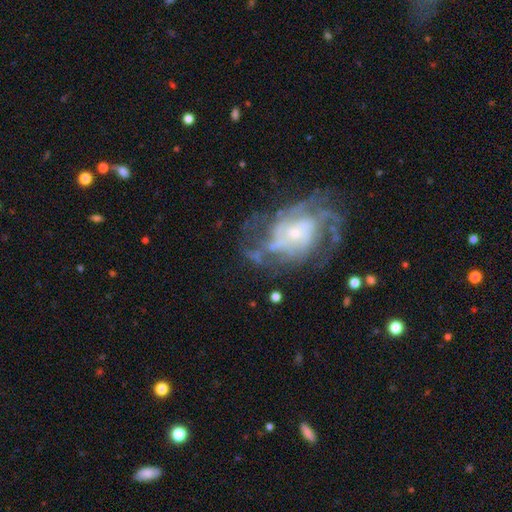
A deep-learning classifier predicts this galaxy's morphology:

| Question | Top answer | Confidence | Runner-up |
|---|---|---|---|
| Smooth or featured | featured or disk | 81% | smooth (10%) |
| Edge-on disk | no | 97% | yes (3%) |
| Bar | no | 69% | weak (25%) |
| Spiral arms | yes | 85% | no (15%) |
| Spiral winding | tight | 41% | tied: medium (41%) |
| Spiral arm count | can't tell | 38% | 3 (17%) |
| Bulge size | small | 60% | moderate (28%) |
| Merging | none | 56% | major disturbance (22%) |